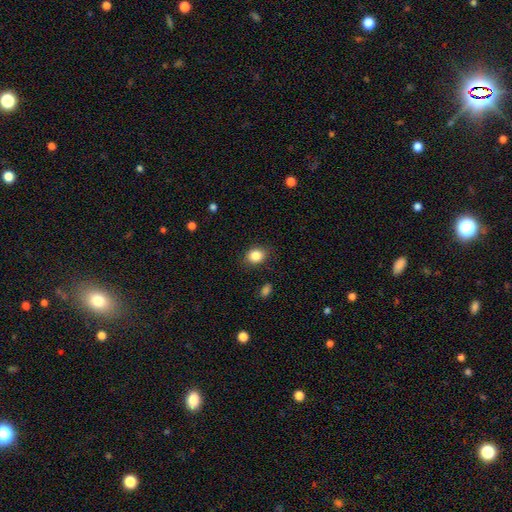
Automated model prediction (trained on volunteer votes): Smooth or featured? smooth (85%)
How rounded? round (50%)
Merging? none (85%)